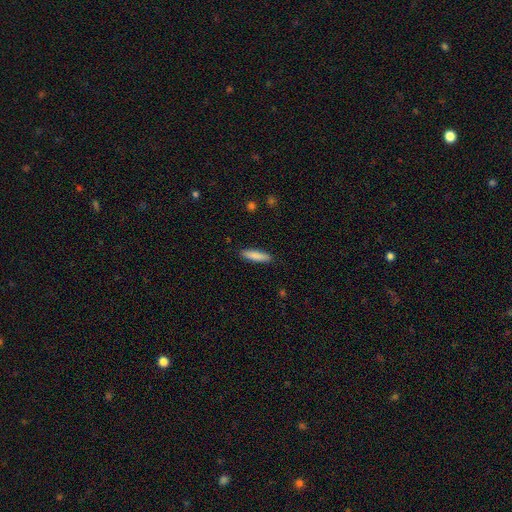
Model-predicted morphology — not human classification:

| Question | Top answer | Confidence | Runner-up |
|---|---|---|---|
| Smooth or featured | smooth | 86% | featured or disk (8%) |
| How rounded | cigar-shaped | 74% | in between (25%) |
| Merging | none | 89% | minor disturbance (8%) |